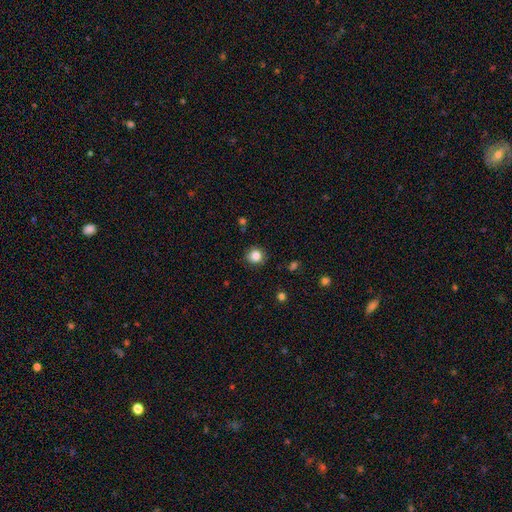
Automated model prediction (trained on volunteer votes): Smooth or featured: smooth — 84% (star or artifact — 11%)
How rounded: round — 89% (in between — 10%)
Merging: none — 85% (minor disturbance — 11%)